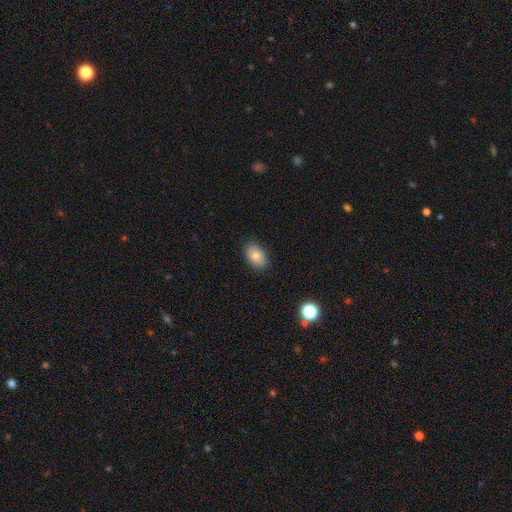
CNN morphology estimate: Smooth or featured? smooth (82%)
How rounded? in between (88%)
Merging? none (87%)